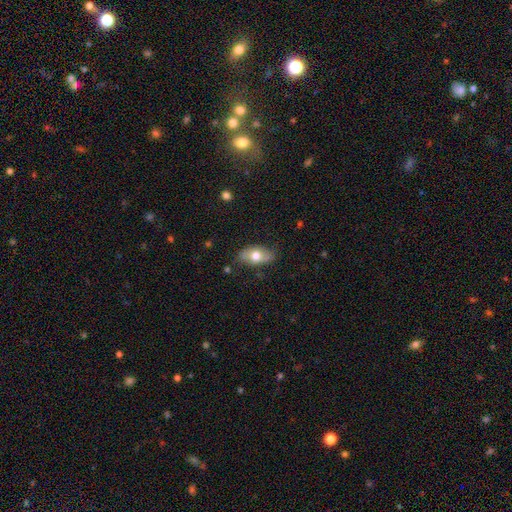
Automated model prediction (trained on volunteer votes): This is likely a smooth galaxy (66%). How rounded: clearly in between (89%). Merging: likely none (79%).